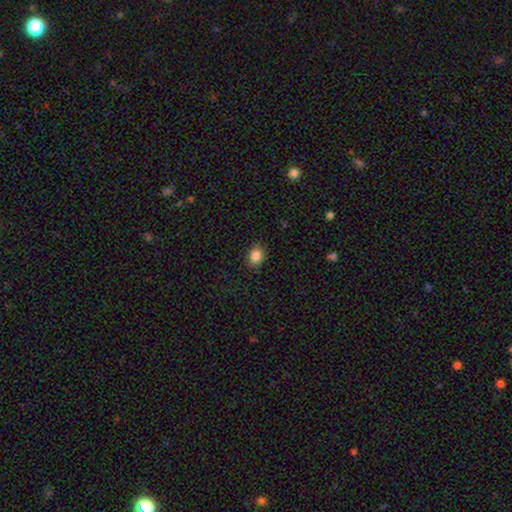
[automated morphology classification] A smooth galaxy with no disk features (86%) that is in between round and cigar-shaped (57%).

Vote fractions:
- Smooth or featured? smooth: 86% / star or artifact: 10% / featured or disk: 4%
- How rounded? in between: 57% / round: 42% / cigar-shaped: 1%
- Merging? none: 87% / minor disturbance: 9% / major disturbance: 2% / merger: 1%